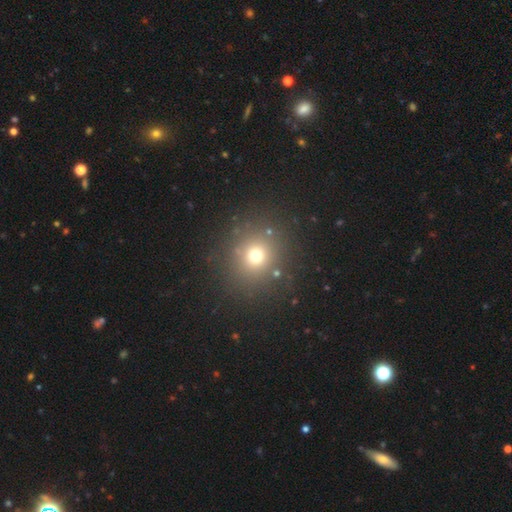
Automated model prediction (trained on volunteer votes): Smooth or featured: smooth — 69% (star or artifact — 22%)
How rounded: round — 86% (in between — 13%)
Merging: none — 85% (minor disturbance — 8%)